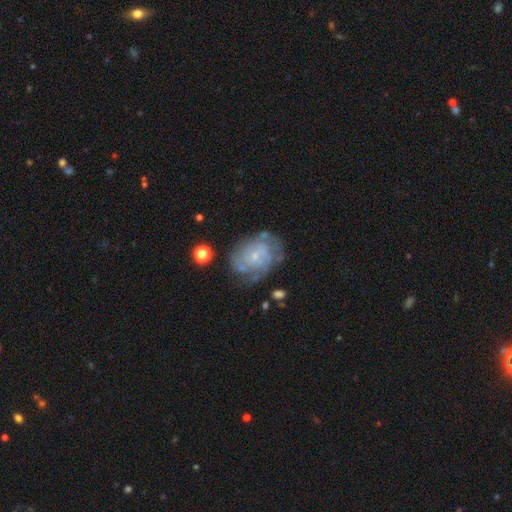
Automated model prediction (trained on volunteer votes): Q: Smooth or featured?
A: featured or disk (73%); runner-up: smooth (19%)
Q: Edge-on disk?
A: no (97%); runner-up: yes (3%)
Q: Bar?
A: no (76%); runner-up: weak (21%)
Q: Spiral arms?
A: yes (84%); runner-up: no (16%)
Q: Spiral winding?
A: tight (61%); runner-up: medium (30%)
Q: Spiral arm count?
A: can't tell (49%); runner-up: 2 (18%)
Q: Bulge size?
A: small (80%); runner-up: moderate (13%)
Q: Merging?
A: none (61%); runner-up: minor disturbance (22%)